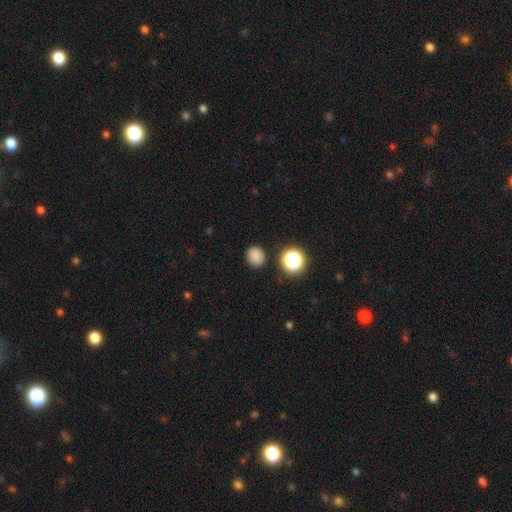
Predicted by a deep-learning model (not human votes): This is clearly a smooth galaxy (82%). How rounded: likely round (73%). Merging: clearly none (88%).